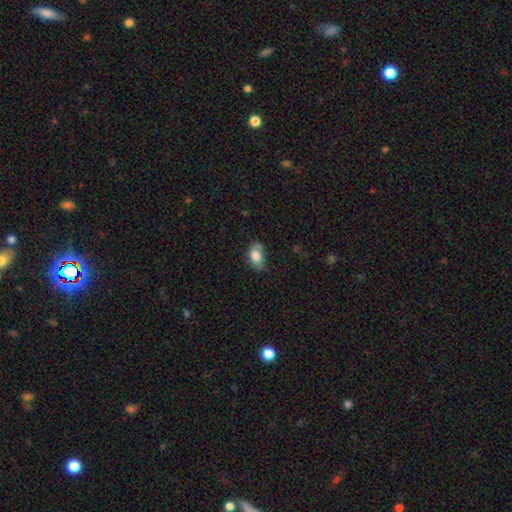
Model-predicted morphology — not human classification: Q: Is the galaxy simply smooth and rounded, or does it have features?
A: smooth — 77%.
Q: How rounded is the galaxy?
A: in between — 88%.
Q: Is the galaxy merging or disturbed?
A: none — 51%.